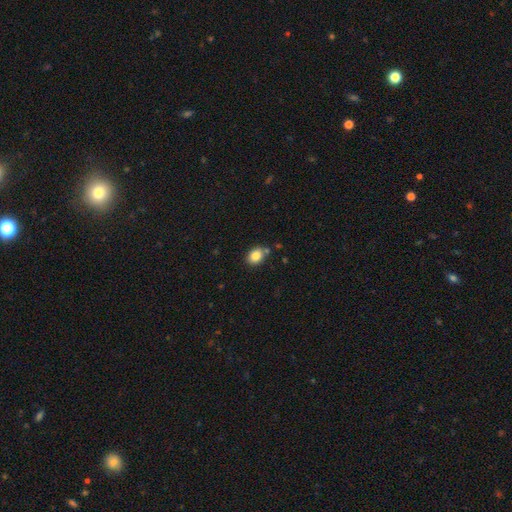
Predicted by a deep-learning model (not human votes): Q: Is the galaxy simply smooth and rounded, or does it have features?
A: smooth — 84%.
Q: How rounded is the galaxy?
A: in between — 57%.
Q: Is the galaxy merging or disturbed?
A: none — 73%.